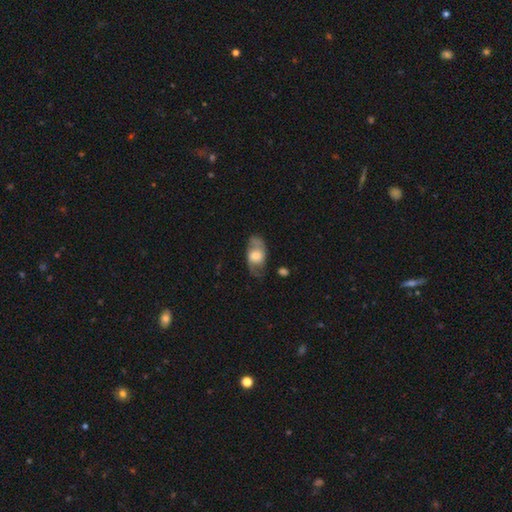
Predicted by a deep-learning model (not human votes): smooth-or-featured: featured or disk: 51% | smooth: 43% | star or artifact: 7%
  disk-edge-on: no: 89% | yes: 11%
  merging: none: 63% | minor disturbance: 23% | major disturbance: 12% | merger: 3%